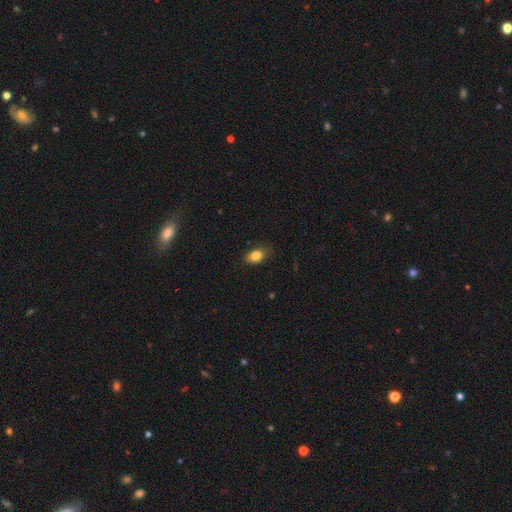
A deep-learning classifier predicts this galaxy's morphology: Q: Smooth or featured?
A: smooth (84%); runner-up: star or artifact (9%)
Q: How rounded?
A: in between (82%); runner-up: round (16%)
Q: Merging?
A: none (79%); runner-up: minor disturbance (17%)